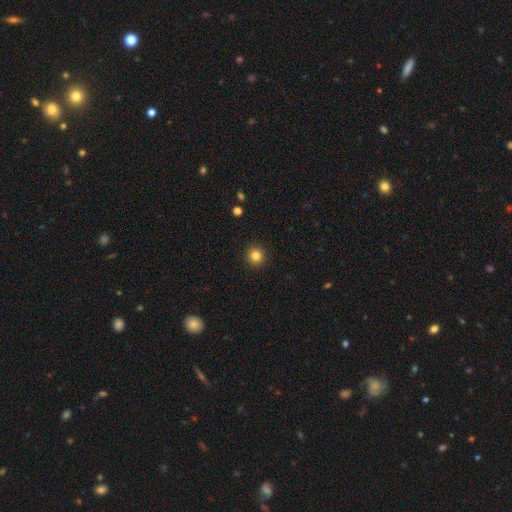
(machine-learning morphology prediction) Q: Smooth or featured?
A: smooth (83%); runner-up: star or artifact (12%)
Q: How rounded?
A: round (94%); runner-up: in between (5%)
Q: Merging?
A: none (92%); runner-up: minor disturbance (5%)